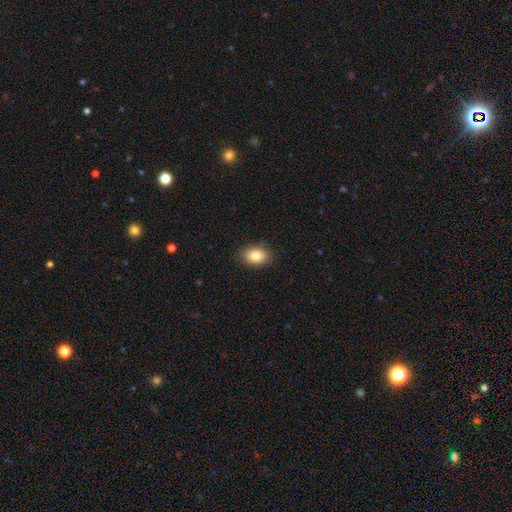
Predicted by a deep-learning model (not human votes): Morphology: type=smooth (85%); roundness=in between (83%); merging=none (88%).